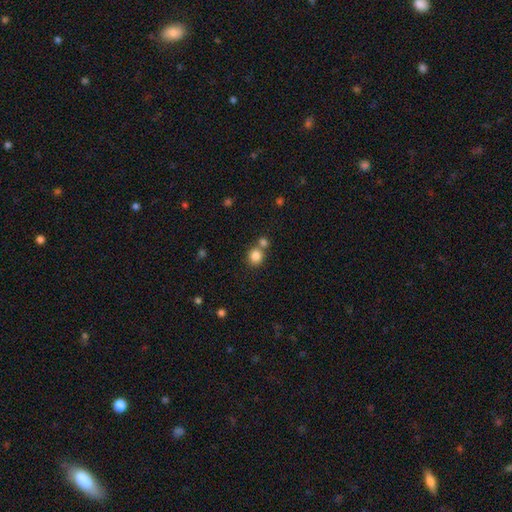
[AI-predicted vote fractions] Smooth or featured? Predicted: smooth (p=0.84). How rounded? Predicted: round (p=0.85). Merging? Predicted: none (p=0.62).